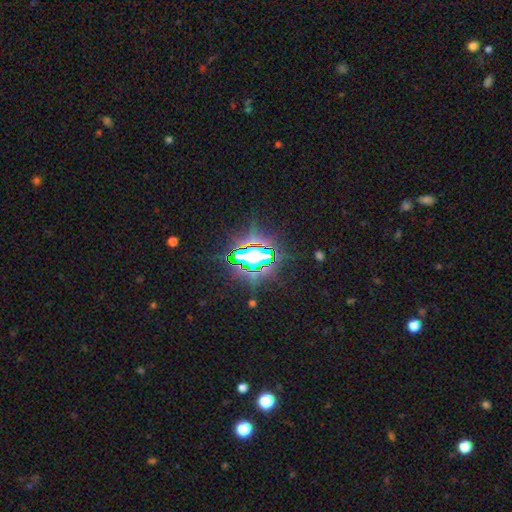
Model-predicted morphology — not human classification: This appears to be a star or artifact, not a galaxy (75%).